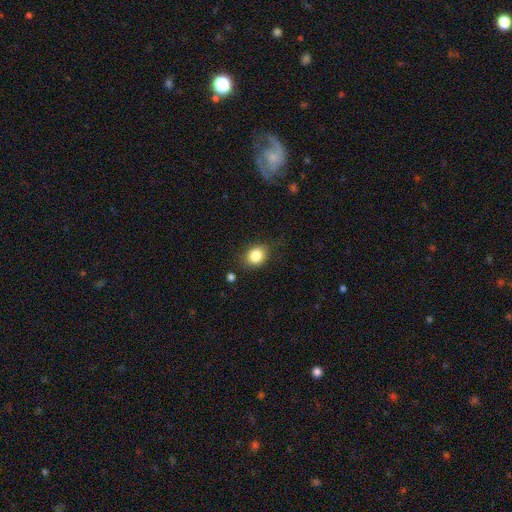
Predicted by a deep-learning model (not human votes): smooth-or-featured: smooth: 83% | star or artifact: 10% | featured or disk: 7%
  how-rounded: round: 53% | in between: 46% | cigar-shaped: 1%
  merging: none: 76% | minor disturbance: 17% | major disturbance: 5% | merger: 2%